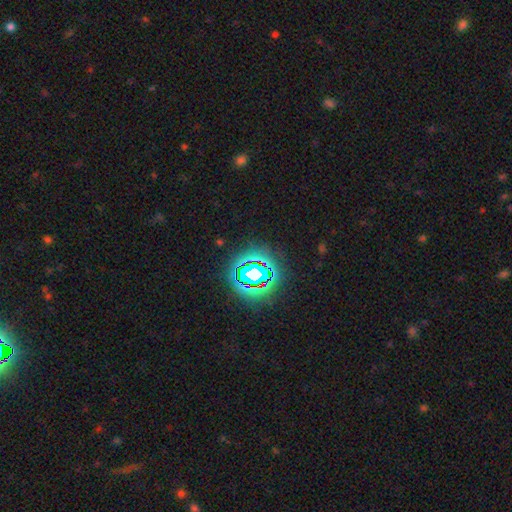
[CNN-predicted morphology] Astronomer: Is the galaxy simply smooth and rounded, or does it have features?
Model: star or artifact — 80%.